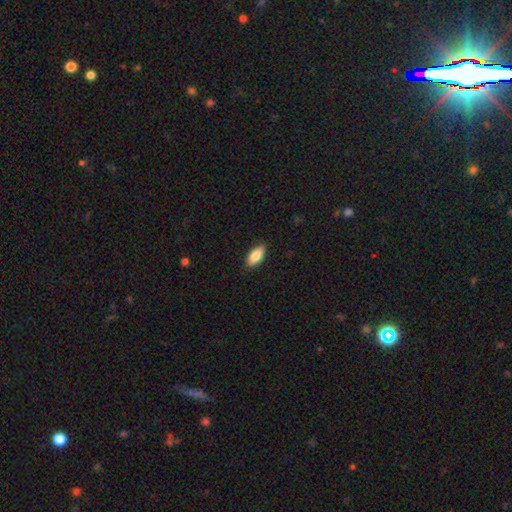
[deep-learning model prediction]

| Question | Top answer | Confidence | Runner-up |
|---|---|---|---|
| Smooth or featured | smooth | 85% | featured or disk (9%) |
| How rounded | in between | 88% | cigar-shaped (10%) |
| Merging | none | 88% | minor disturbance (9%) |